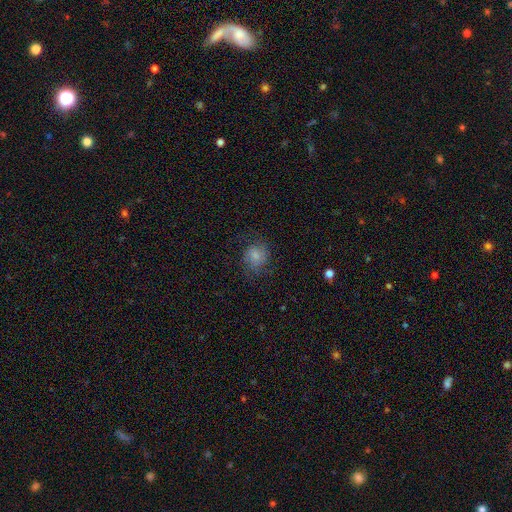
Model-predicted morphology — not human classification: Smooth or featured: smooth — 57% (featured or disk — 33%)
How rounded: round — 74% (in between — 25%)
Merging: none — 66% (minor disturbance — 19%)